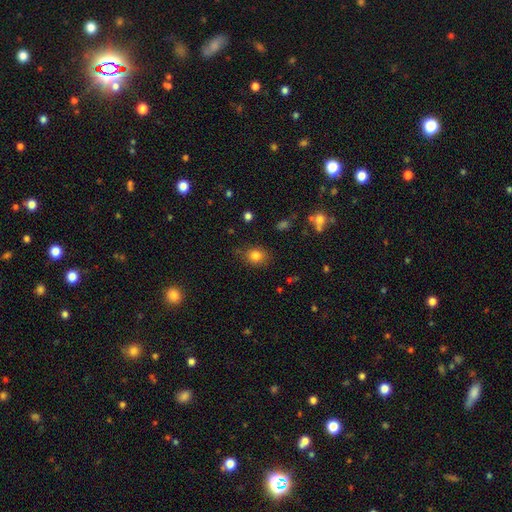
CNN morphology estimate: Smooth or featured: smooth — 81% (star or artifact — 12%)
How rounded: round — 57% (in between — 42%)
Merging: none — 81% (minor disturbance — 14%)